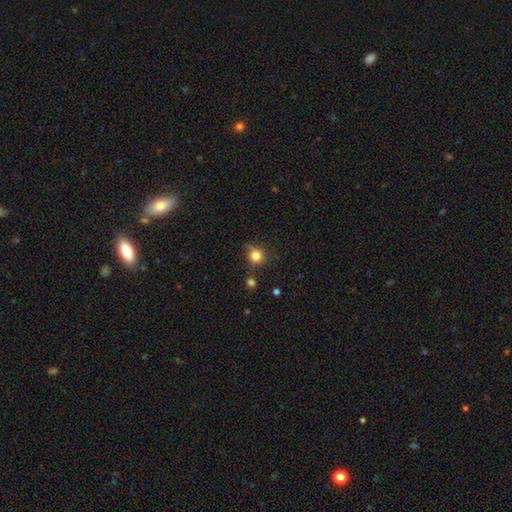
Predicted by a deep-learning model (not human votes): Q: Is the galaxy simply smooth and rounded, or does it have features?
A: smooth — 80%.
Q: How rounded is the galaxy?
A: round — 90%.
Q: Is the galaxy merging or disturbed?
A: none — 71%.